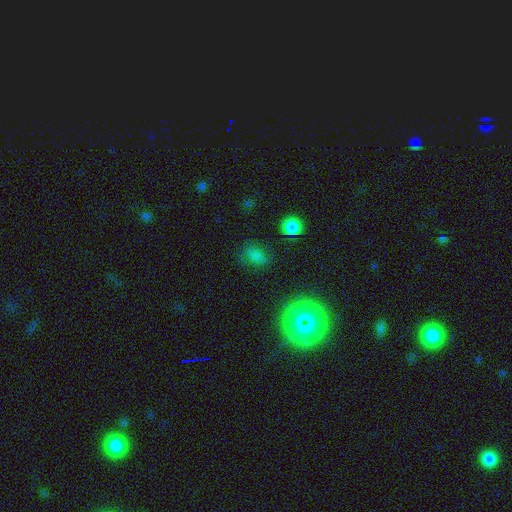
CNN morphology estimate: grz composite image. It shows a smooth galaxy with no disk features (70%) that is in between round and cigar-shaped (68%). Merging: none (76%).